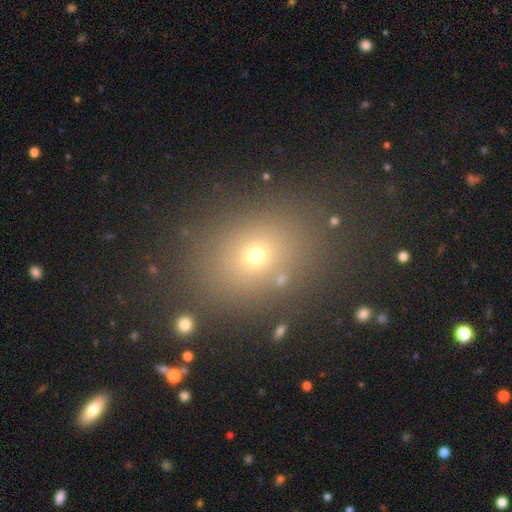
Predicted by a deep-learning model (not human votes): Smooth or featured? Predicted: smooth (p=0.64). How rounded? Predicted: round (p=0.50). Merging? Predicted: none (p=0.84).